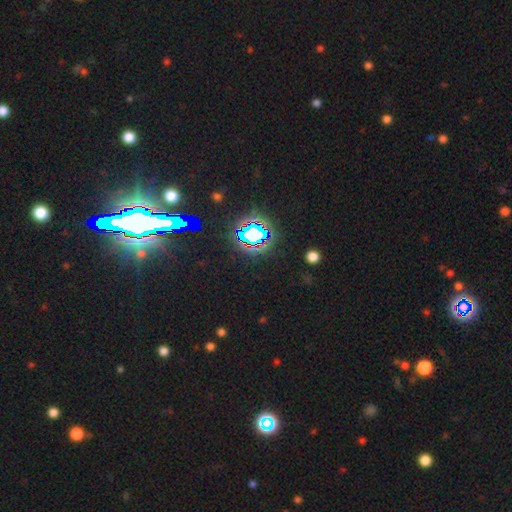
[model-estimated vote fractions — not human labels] Morphology: type=star or artifact (84%).